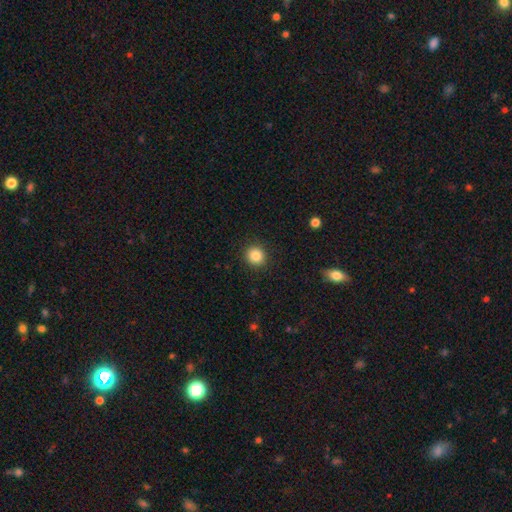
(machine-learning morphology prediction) A smooth galaxy with no disk features (85%) that is round (90%). Merging: none (91%).